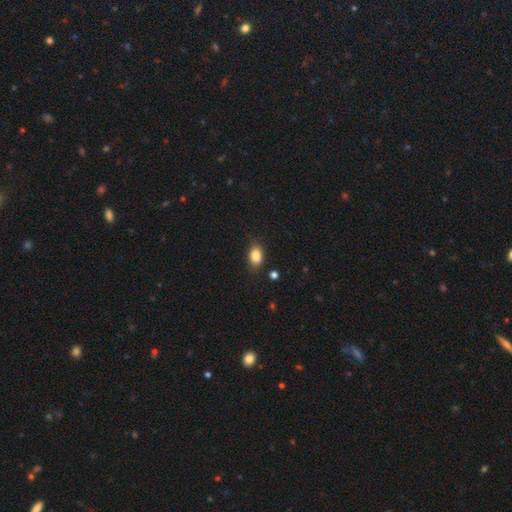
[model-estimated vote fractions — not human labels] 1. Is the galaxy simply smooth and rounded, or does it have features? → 84% smooth, 9% star or artifact, 7% featured or disk.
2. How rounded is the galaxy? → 81% in between, 16% round, 2% cigar-shaped.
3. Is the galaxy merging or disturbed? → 75% none, 19% minor disturbance, 4% major disturbance, 2% merger.